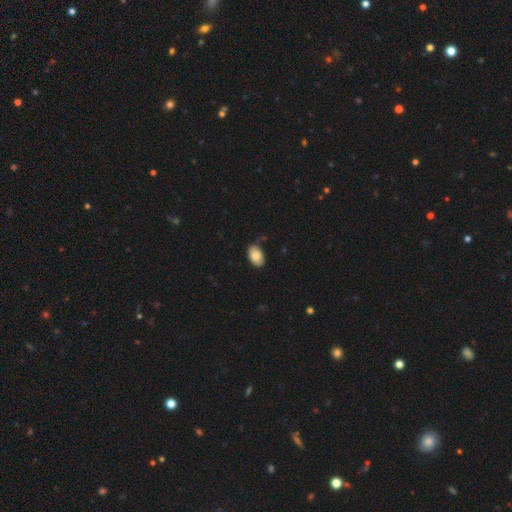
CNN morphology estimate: Q: Smooth or featured?
A: smooth (85%); runner-up: featured or disk (8%)
Q: How rounded?
A: in between (92%); runner-up: round (7%)
Q: Merging?
A: none (72%); runner-up: minor disturbance (21%)